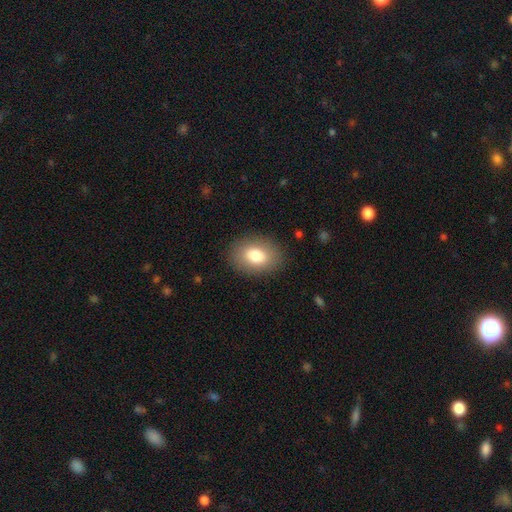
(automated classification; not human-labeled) Smooth or featured? Predicted: smooth (p=0.80). How rounded? Predicted: in between (p=0.75). Merging? Predicted: none (p=0.87).